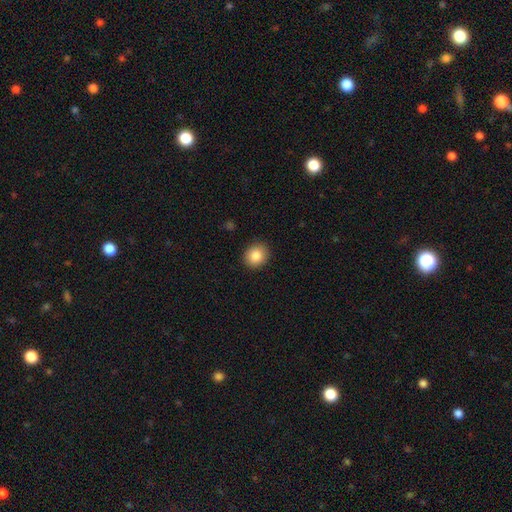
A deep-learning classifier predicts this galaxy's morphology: Smooth or featured?
  - smooth: 85% *
  - star or artifact: 9%
  - featured or disk: 6%
How rounded?
  - round: 76% *
  - in between: 23%
  - cigar-shaped: 1%
Merging?
  - none: 90% *
  - minor disturbance: 7%
  - major disturbance: 2%
  - merger: 1%